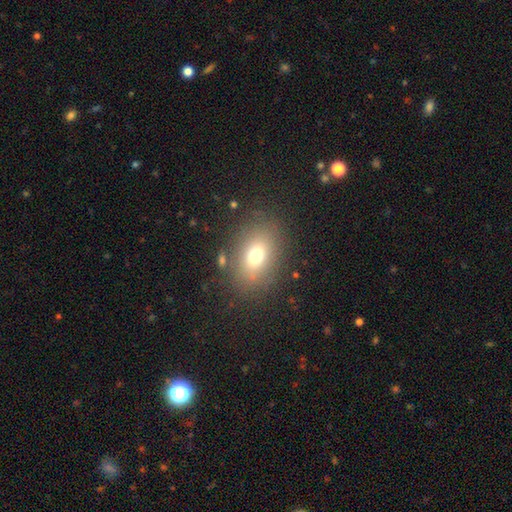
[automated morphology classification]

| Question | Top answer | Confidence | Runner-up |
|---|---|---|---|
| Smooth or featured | smooth | 71% | featured or disk (15%) |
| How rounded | in between | 72% | round (26%) |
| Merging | none | 80% | minor disturbance (11%) |